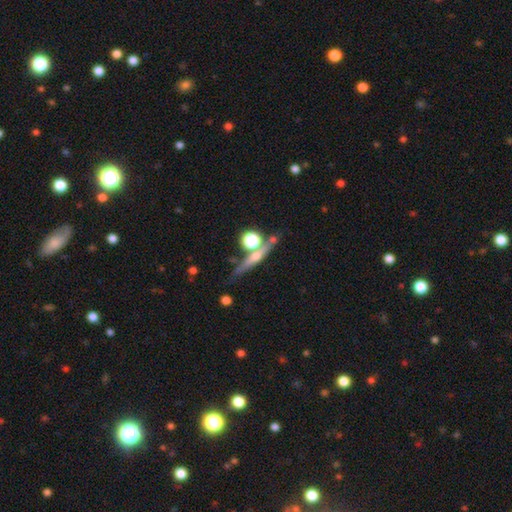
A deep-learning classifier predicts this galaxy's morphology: This appears to be a featured or disk galaxy (58%) viewed edge-on (91%) with a rounded central bulge (76%). Merging: none (70%).